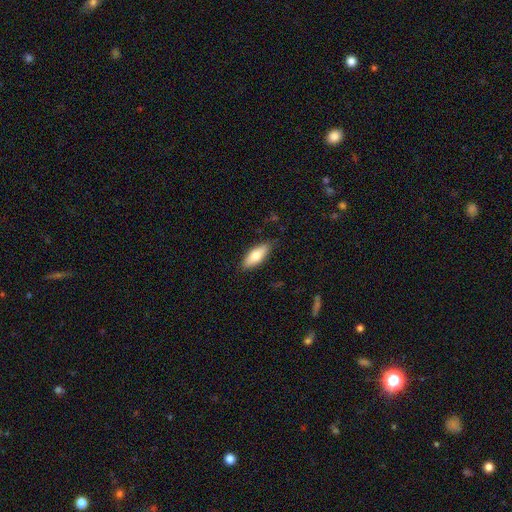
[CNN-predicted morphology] smooth-or-featured: smooth: 73% | featured or disk: 21% | star or artifact: 6%
  how-rounded: in between: 71% | cigar-shaped: 27% | round: 2%
  merging: none: 84% | minor disturbance: 12% | major disturbance: 2% | merger: 1%